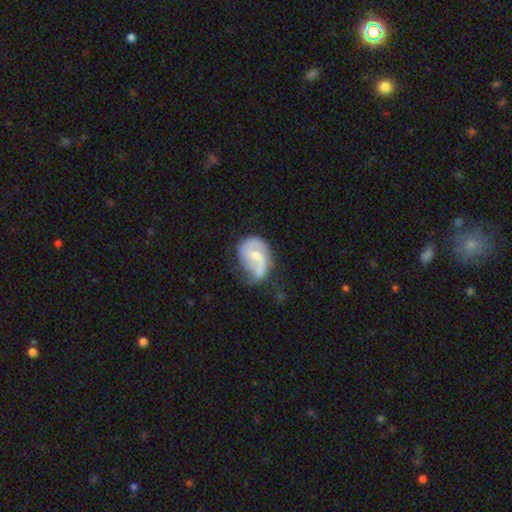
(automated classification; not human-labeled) A featured or disk galaxy (73%) with a weak bar (45%, tied with no), 2 (72%) medium (44%) spiral arms (89%) and a moderate central bulge (50%).

Vote fractions:
- Smooth or featured? featured or disk: 73% / smooth: 21% / star or artifact: 6%
- Edge-on disk? no: 98% / yes: 2%
- Bar? weak: 45% (tied) / no: 45% (tied) / strong: 10%
- Spiral arms? yes: 89% / no: 11%
- Spiral winding? medium: 44% / loose: 36% / tight: 19%
- Spiral arm count? 2: 72% / 1: 14% / can't tell: 9% / 3: 3% / 4: 1% / more than 4: 1%
- Bulge size? moderate: 50% / small: 41% / none: 5% / large: 3% / dominant: 1%
- Merging? none: 40% / minor disturbance: 34% / major disturbance: 21% / merger: 4%